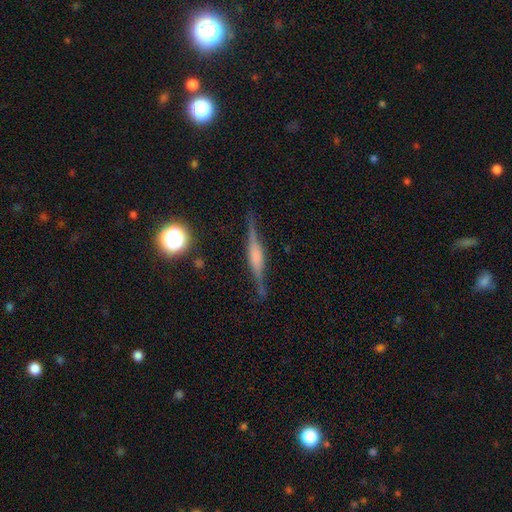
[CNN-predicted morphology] A featured or disk galaxy (78%) viewed edge-on (97%) with a rounded central bulge (49%). Merging: none (84%).